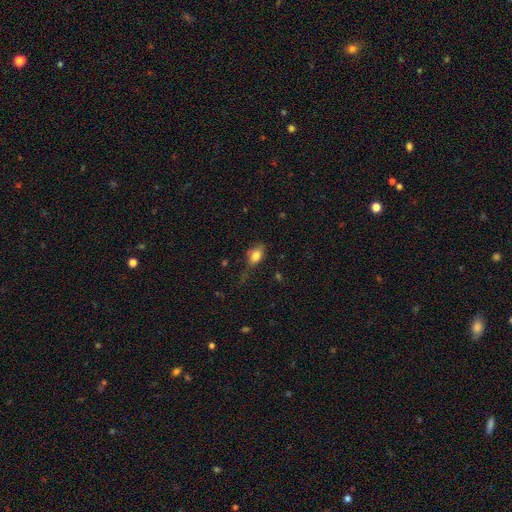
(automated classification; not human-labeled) This is likely a smooth galaxy (79%). How rounded: likely in between (79%). Merging: possibly none (51%).